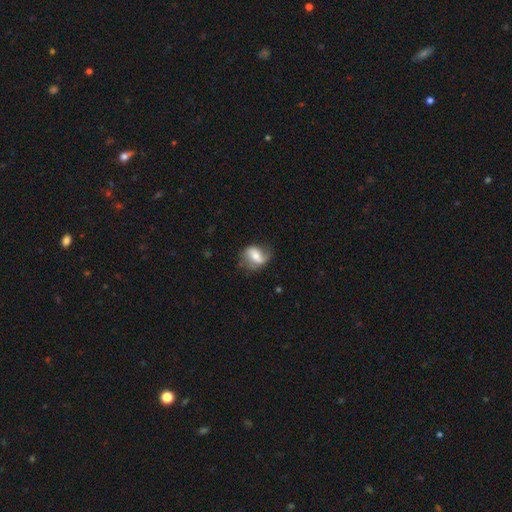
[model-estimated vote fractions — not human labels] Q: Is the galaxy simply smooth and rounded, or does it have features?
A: featured or disk — 58%.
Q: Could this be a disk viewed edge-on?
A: no — 96%.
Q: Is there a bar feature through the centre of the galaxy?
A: weak — 40%.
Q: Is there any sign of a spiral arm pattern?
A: yes — 82%.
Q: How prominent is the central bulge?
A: moderate — 53%.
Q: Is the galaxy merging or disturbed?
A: none — 57%.